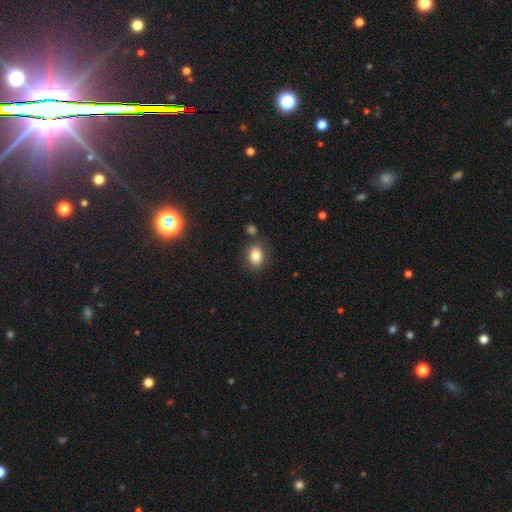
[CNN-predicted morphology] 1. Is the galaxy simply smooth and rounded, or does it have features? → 83% smooth, 10% star or artifact, 8% featured or disk.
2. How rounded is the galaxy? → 57% in between, 42% round, 1% cigar-shaped.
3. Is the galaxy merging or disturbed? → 78% none, 12% minor disturbance, 7% merger, 3% major disturbance.